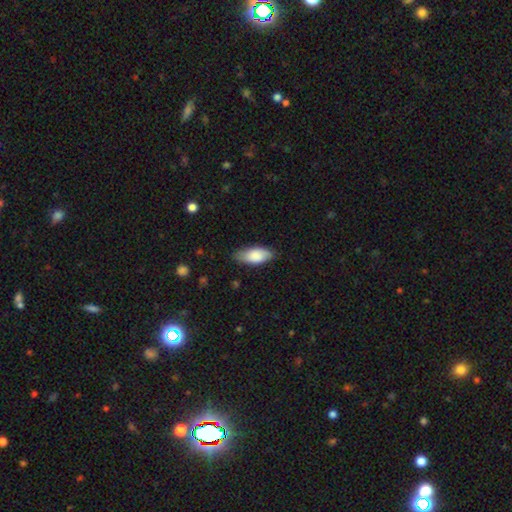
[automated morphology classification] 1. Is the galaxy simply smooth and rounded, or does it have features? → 83% smooth, 11% featured or disk, 6% star or artifact.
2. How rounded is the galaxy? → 88% in between, 10% cigar-shaped, 2% round.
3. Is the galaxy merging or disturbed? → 78% none, 18% minor disturbance, 3% major disturbance, 1% merger.